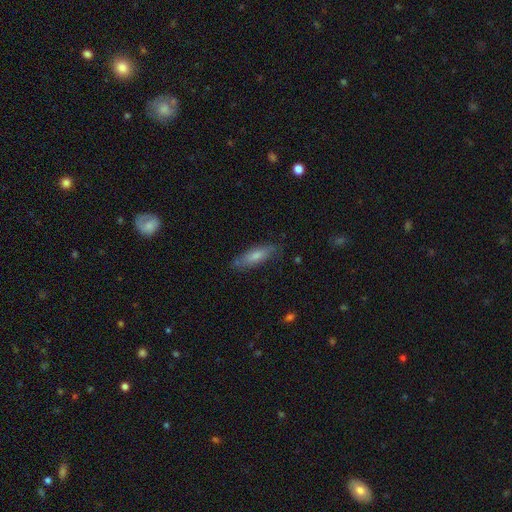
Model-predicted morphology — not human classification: type=smooth (60%); roundness=cigar-shaped (64%); merging=none (81%).